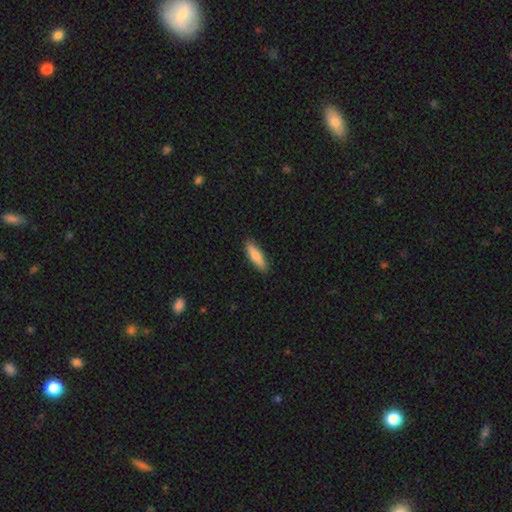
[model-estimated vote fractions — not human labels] Morphology: type=smooth (82%); roundness=cigar-shaped (63%); merging=none (89%).